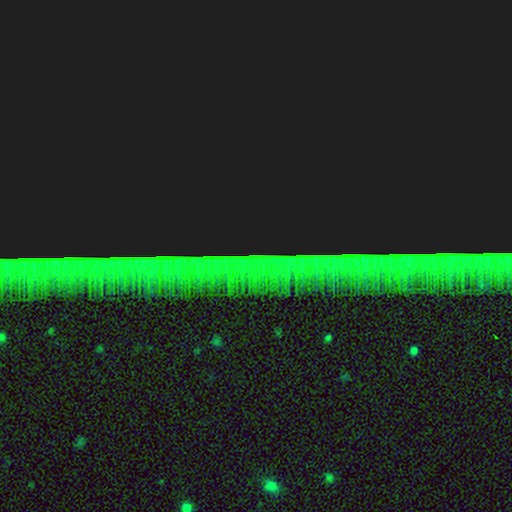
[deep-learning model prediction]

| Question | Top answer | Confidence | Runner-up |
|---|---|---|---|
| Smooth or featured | star or artifact | 85% | featured or disk (9%) |